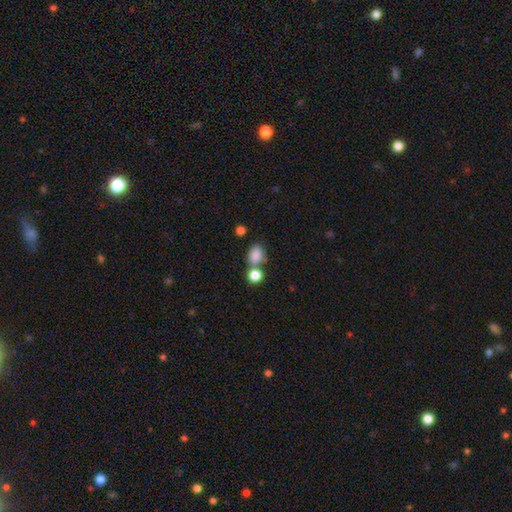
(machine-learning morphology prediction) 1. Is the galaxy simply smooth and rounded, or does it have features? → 84% smooth, 10% star or artifact, 6% featured or disk.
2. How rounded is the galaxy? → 60% in between, 39% round, 1% cigar-shaped.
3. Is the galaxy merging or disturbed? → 52% none, 31% merger, 13% minor disturbance, 5% major disturbance.